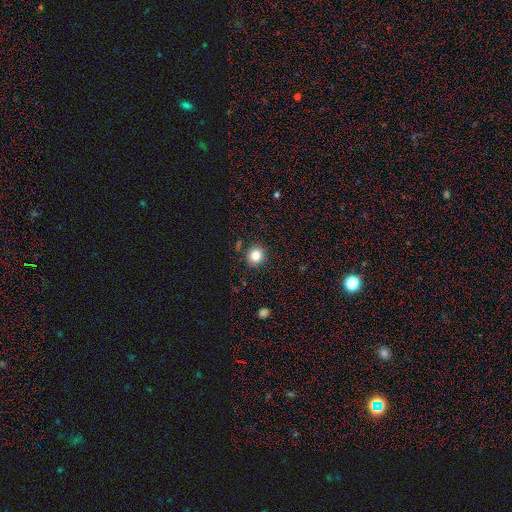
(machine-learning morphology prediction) Smooth or featured? smooth (81%)
How rounded? round (88%)
Merging? none (88%)